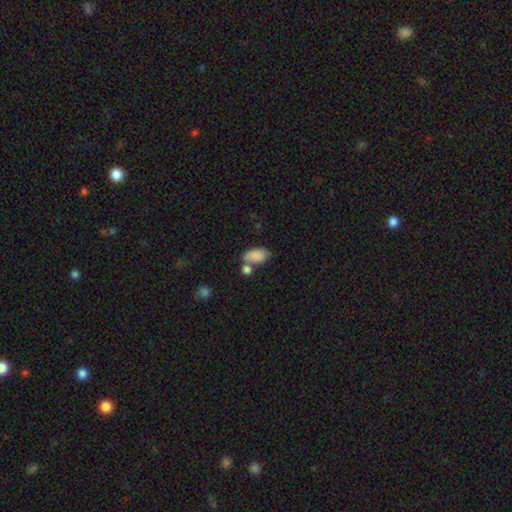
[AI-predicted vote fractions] Q: Smooth or featured?
A: smooth (85%); runner-up: star or artifact (8%)
Q: How rounded?
A: in between (92%); runner-up: round (6%)
Q: Merging?
A: none (49%); runner-up: merger (26%)